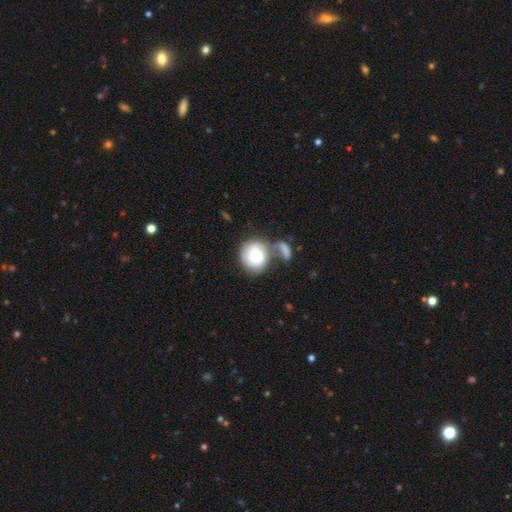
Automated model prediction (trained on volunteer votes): Smooth or featured: smooth — 74% (featured or disk — 20%)
How rounded: round — 79% (in between — 20%)
Merging: merger — 39% (none — 31%)